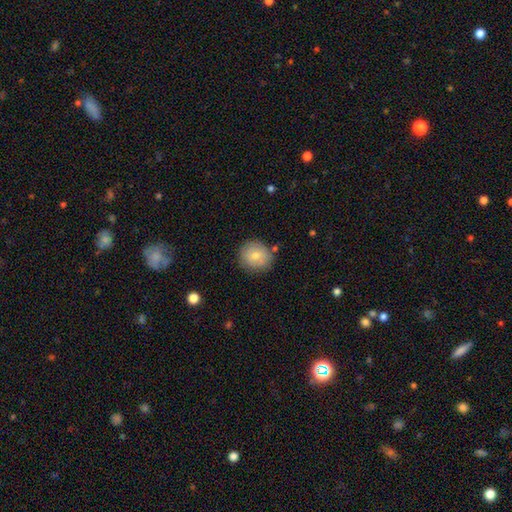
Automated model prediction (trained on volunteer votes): Smooth or featured: smooth — 74% (featured or disk — 18%)
How rounded: round — 86% (in between — 13%)
Merging: none — 80% (minor disturbance — 13%)